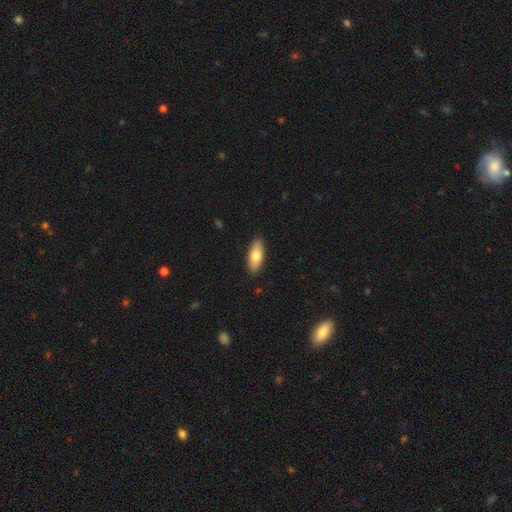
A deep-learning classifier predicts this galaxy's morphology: A smooth galaxy with no disk features (74%) that is in between round and cigar-shaped (77%). Merging: none (88%).